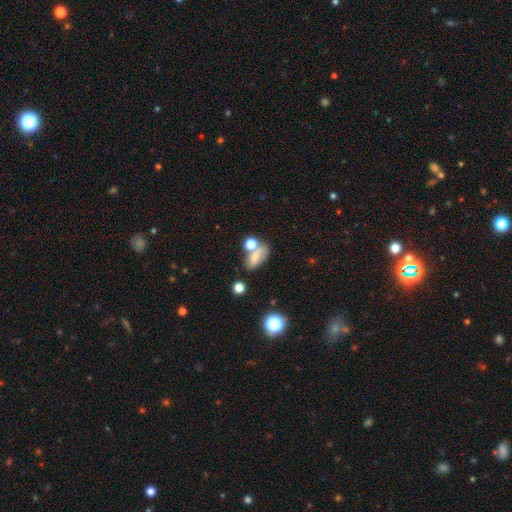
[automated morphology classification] Smooth or featured?
  - smooth: 70% *
  - featured or disk: 16%
  - star or artifact: 14%
How rounded?
  - in between: 77% *
  - round: 15%
  - cigar-shaped: 8%
Merging?
  - none: 43% *
  - merger: 30%
  - minor disturbance: 17%
  - major disturbance: 10%